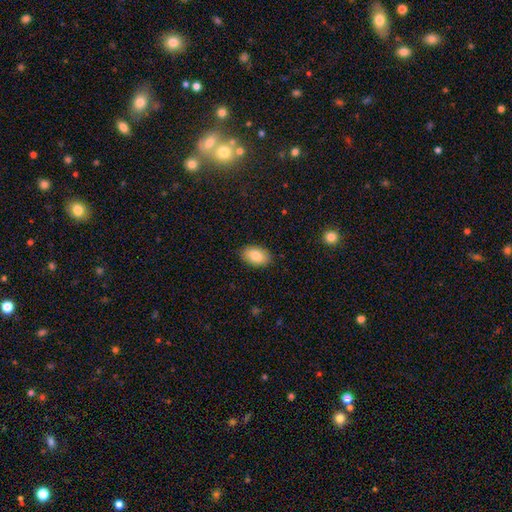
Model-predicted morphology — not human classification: type=smooth (85%); roundness=in between (91%); merging=none (88%).